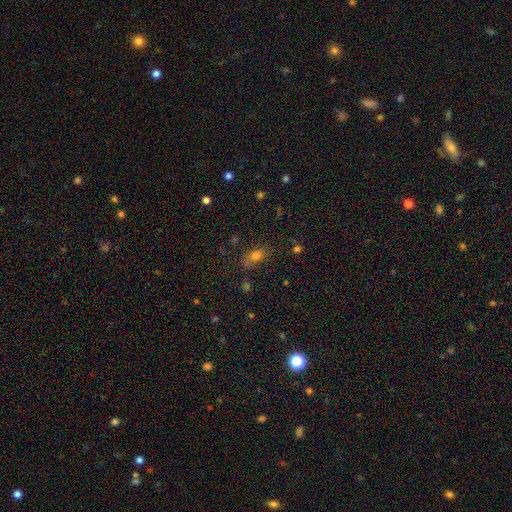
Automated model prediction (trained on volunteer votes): Q: Smooth or featured?
A: smooth (70%); runner-up: star or artifact (19%)
Q: How rounded?
A: in between (70%); runner-up: round (22%)
Q: Merging?
A: none (65%); runner-up: minor disturbance (21%)